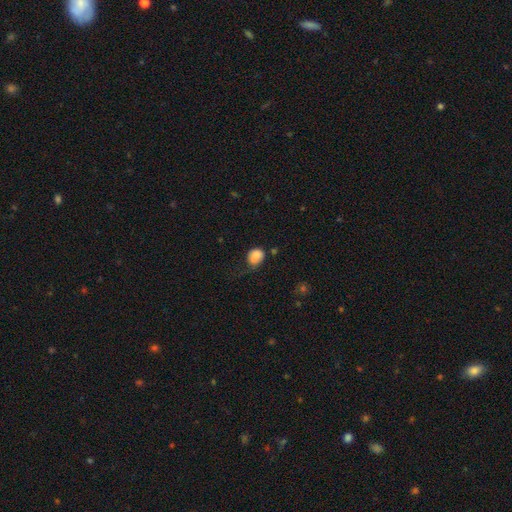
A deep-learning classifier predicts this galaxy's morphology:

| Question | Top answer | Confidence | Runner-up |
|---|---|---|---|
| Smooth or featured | smooth | 83% | star or artifact (9%) |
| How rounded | round | 59% | in between (41%) |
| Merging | none | 42% | minor disturbance (37%) |